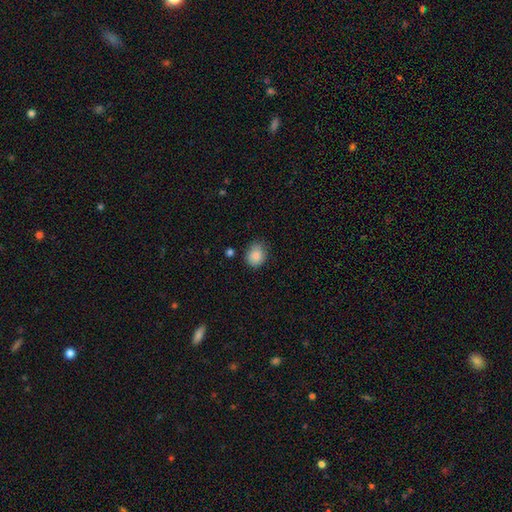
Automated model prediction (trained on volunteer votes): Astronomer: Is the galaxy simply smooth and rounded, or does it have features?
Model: smooth — 87%.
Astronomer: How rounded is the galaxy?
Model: round — 63%.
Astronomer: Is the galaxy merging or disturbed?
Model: none — 74%.